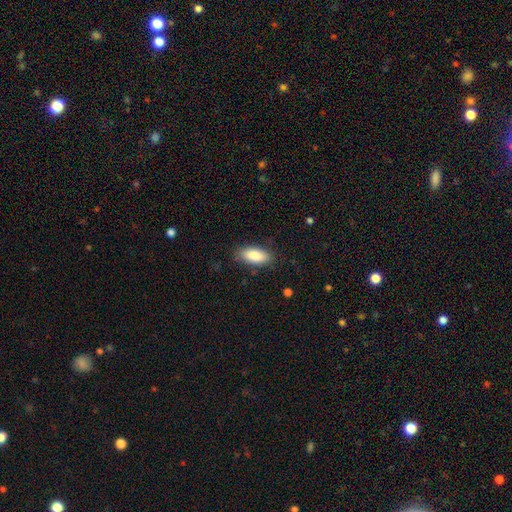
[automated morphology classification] Smooth or featured? Predicted: smooth (p=0.86). How rounded? Predicted: in between (p=0.87). Merging? Predicted: none (p=0.83).